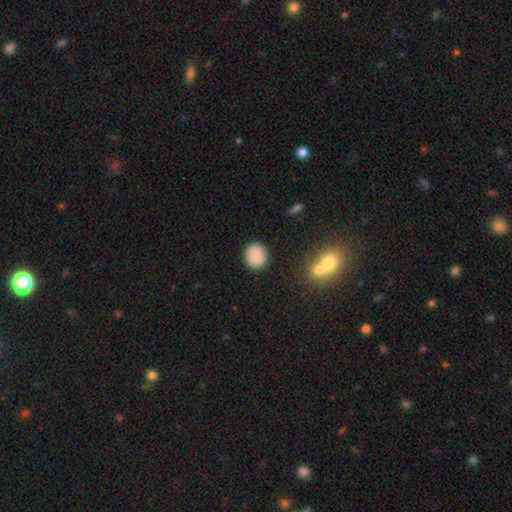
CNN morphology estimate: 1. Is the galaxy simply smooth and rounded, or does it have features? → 86% smooth, 8% star or artifact, 6% featured or disk.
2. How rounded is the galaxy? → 75% round, 24% in between, 1% cigar-shaped.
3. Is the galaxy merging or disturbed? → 88% none, 8% minor disturbance, 2% major disturbance, 2% merger.